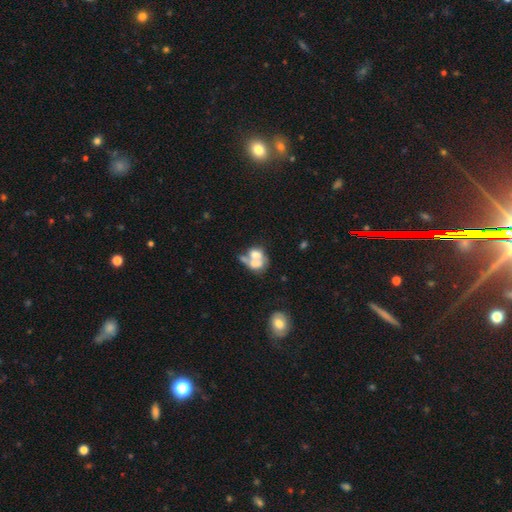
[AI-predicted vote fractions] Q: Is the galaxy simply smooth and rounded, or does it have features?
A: smooth — 51%.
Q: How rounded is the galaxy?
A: in between — 63%.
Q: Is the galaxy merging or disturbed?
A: merger — 63%.